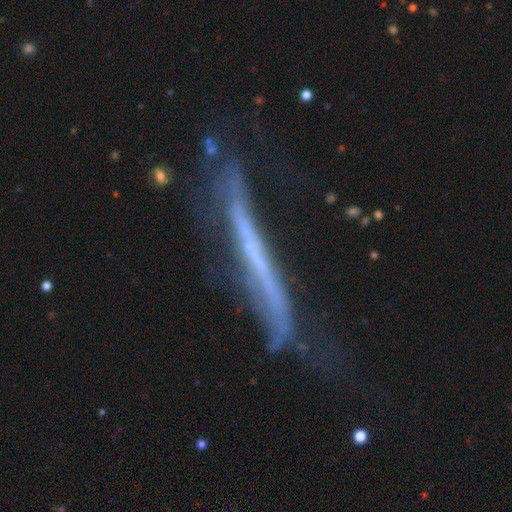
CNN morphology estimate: This appears to be a featured or disk galaxy (70%) viewed edge-on (85%) with no central bulge (84%). Merging: none (56%).